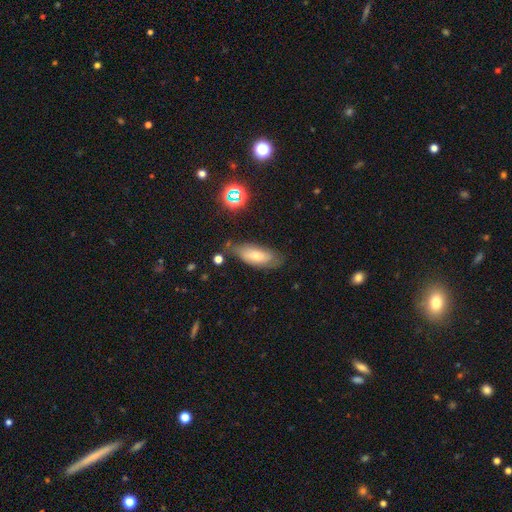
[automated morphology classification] smooth_or_featured: smooth (p=0.60) [alt: featured or disk p=0.30]
how_rounded: in between (p=0.77) [alt: cigar-shaped p=0.20]
merging: none (p=0.61) [alt: minor disturbance p=0.27]